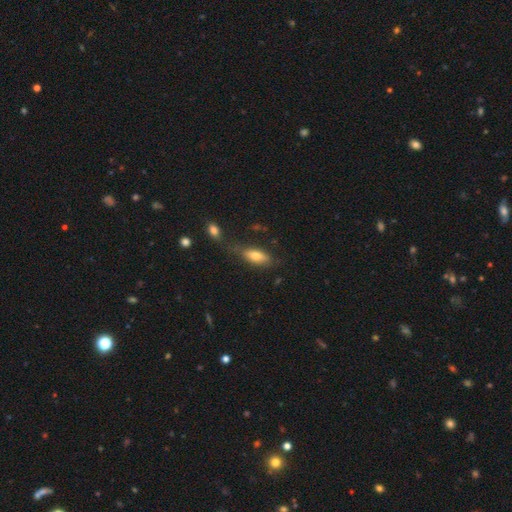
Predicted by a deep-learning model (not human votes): Overall: smooth (72%). How rounded: in between (74%). Merging: none (59%; minor disturbance 22%).